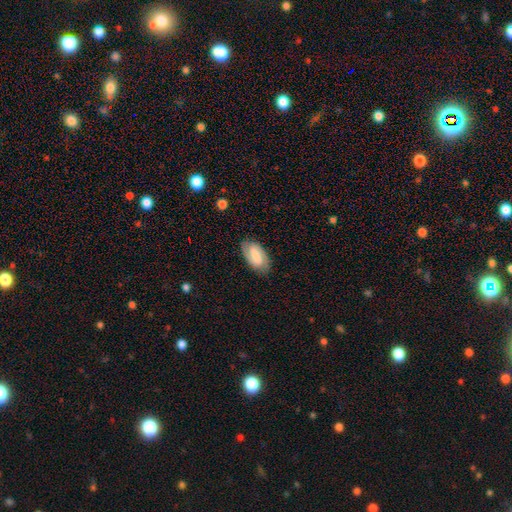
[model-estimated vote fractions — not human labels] Morphology: type=featured or disk (53%); edge-on=no (95%); bar=strong (44%); spiral arms=yes (83%); bulge=small (33%); merging=none (81%).